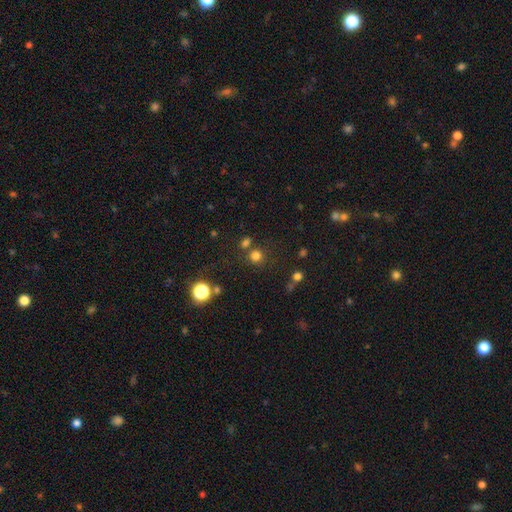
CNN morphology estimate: type=smooth (74%); roundness=round (89%); merging=none (73%).